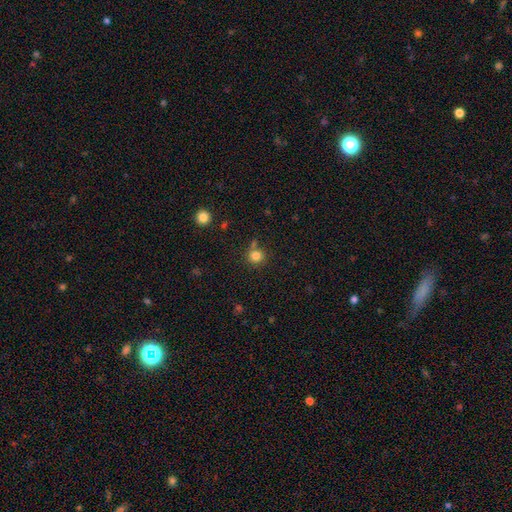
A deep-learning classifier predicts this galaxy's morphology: smooth-or-featured: smooth: 81% | star or artifact: 13% | featured or disk: 6%
  how-rounded: round: 91% | in between: 8% | cigar-shaped: 1%
  merging: none: 73% | merger: 13% | minor disturbance: 11% | major disturbance: 3%